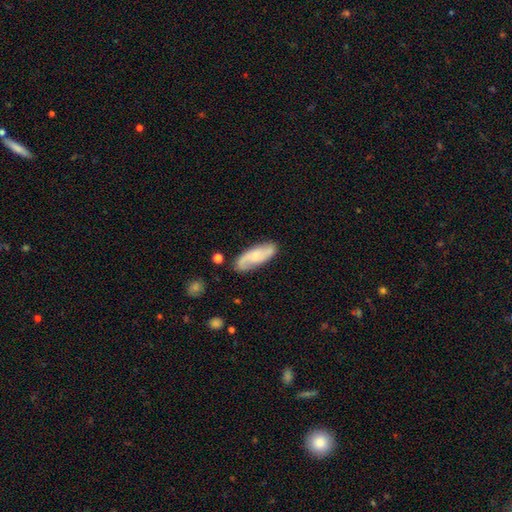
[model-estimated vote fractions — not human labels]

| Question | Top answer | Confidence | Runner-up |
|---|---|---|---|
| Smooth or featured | featured or disk | 54% | smooth (40%) |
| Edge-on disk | no | 88% | yes (12%) |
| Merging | none | 78% | minor disturbance (16%) |